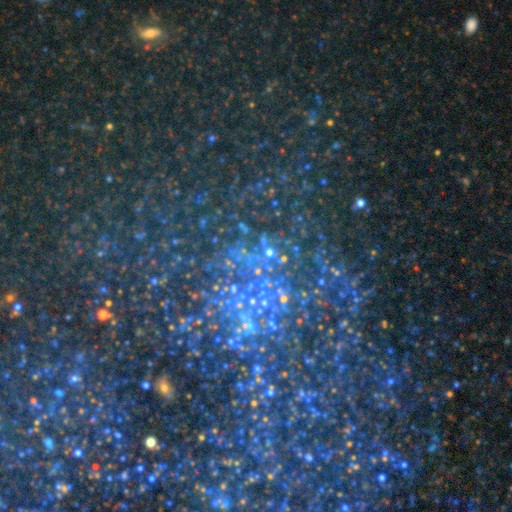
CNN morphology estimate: This is likely a star or artifact rather than a galaxy (72%).